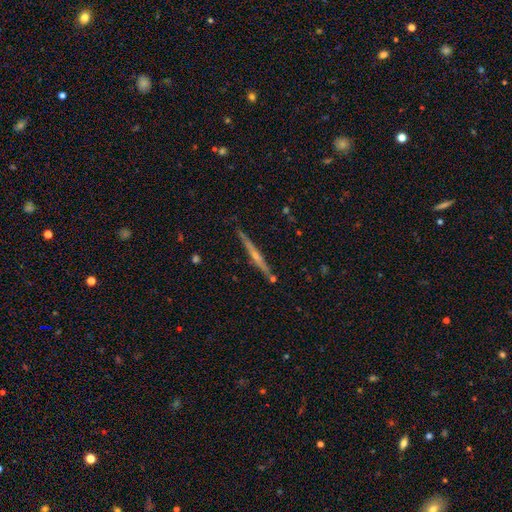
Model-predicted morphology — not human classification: A featured or disk galaxy (72%) viewed edge-on (97%) with a rounded central bulge (65%).

Vote fractions:
- Smooth or featured? featured or disk: 72% / smooth: 21% / star or artifact: 7%
- Edge-on disk? yes: 97% / no: 3%
- Edge-on bulge? rounded: 65% / none: 29% / boxy: 5%
- Merging? none: 86% / minor disturbance: 10% / merger: 3% / major disturbance: 2%